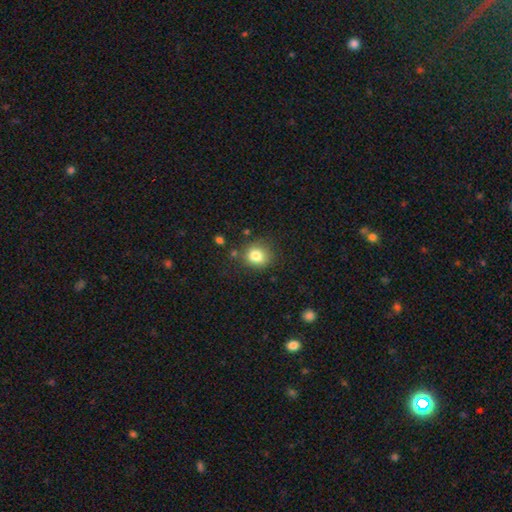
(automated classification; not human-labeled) smooth_or_featured: smooth (p=0.82) [alt: star or artifact p=0.11]
how_rounded: round (p=0.76) [alt: in between p=0.23]
merging: none (p=0.75) [alt: minor disturbance p=0.16]